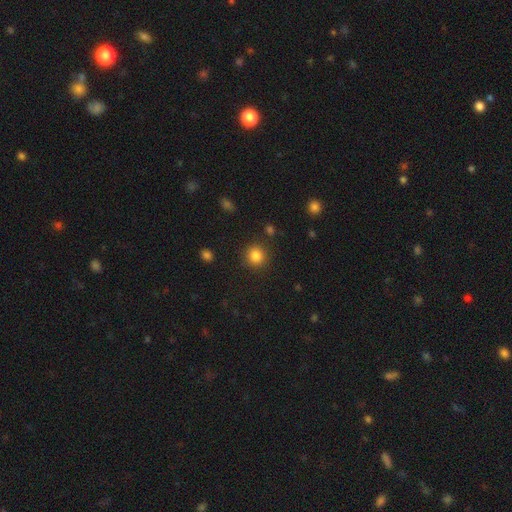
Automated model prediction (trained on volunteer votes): This appears to be a smooth galaxy with no disk features (84%) that is round (91%). Merging: none (89%).